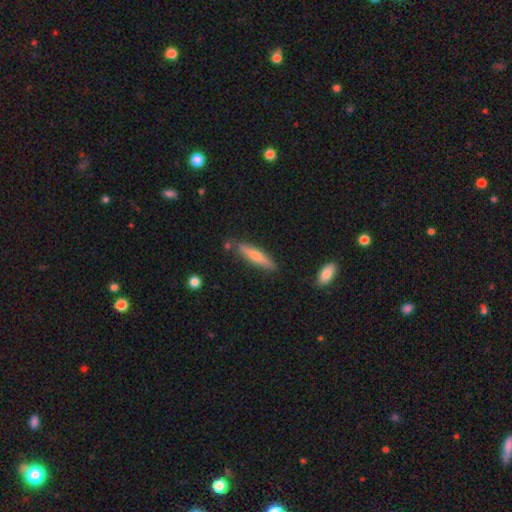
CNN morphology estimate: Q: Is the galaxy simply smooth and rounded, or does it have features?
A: smooth — 57%.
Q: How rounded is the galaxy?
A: cigar-shaped — 85%.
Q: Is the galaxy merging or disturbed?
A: none — 83%.